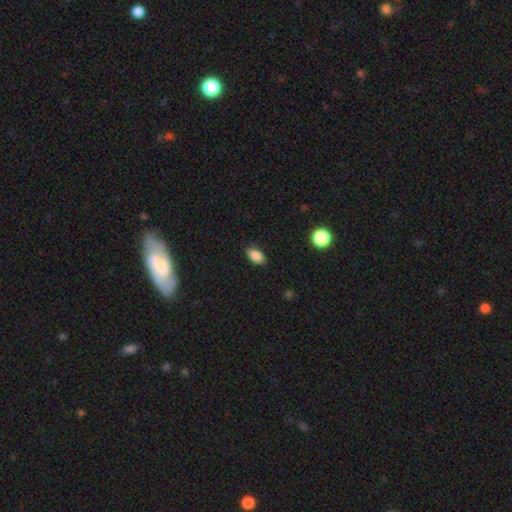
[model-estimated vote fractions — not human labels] smooth-or-featured: smooth: 86% | star or artifact: 9% | featured or disk: 5%
  how-rounded: in between: 92% | round: 5% | cigar-shaped: 3%
  merging: none: 85% | minor disturbance: 11% | major disturbance: 2% | merger: 1%